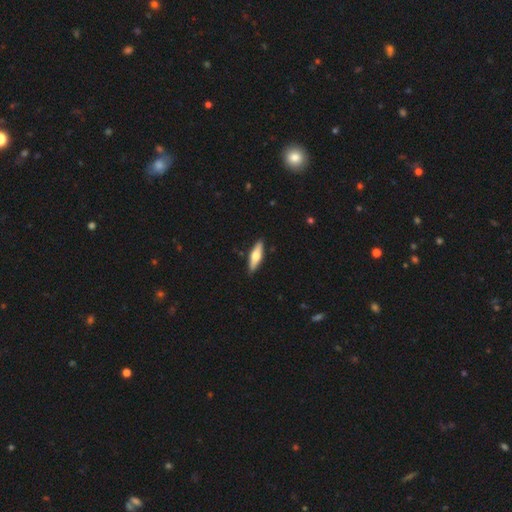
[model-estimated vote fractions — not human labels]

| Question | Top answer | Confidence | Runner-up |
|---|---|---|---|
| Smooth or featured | smooth | 49% | featured or disk (46%) |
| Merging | none | 89% | minor disturbance (8%) |